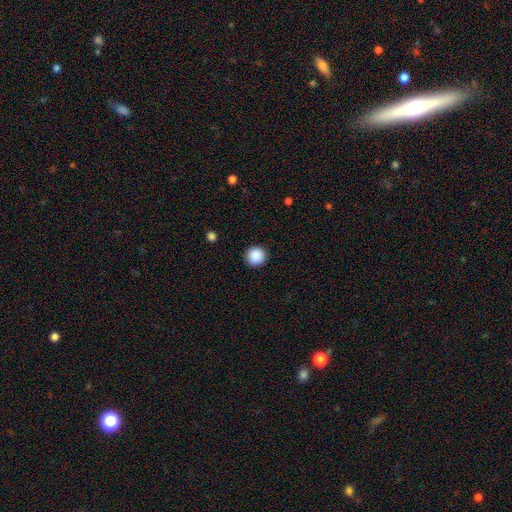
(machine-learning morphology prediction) This is clearly a smooth galaxy (89%). How rounded: clearly round (95%). Merging: clearly none (92%).